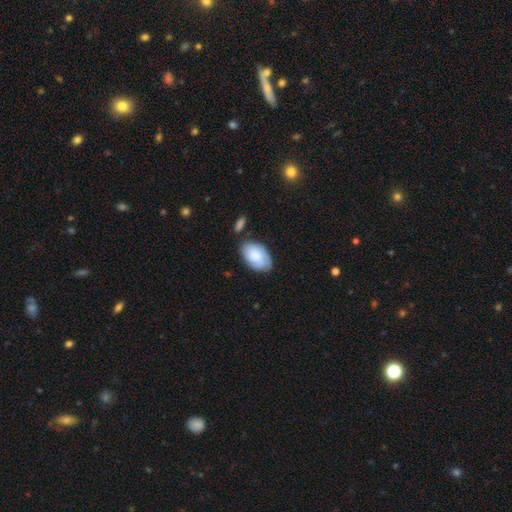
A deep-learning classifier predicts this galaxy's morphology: Smooth or featured? Predicted: smooth (p=0.66). How rounded? Predicted: in between (p=0.93). Merging? Predicted: none (p=0.66).